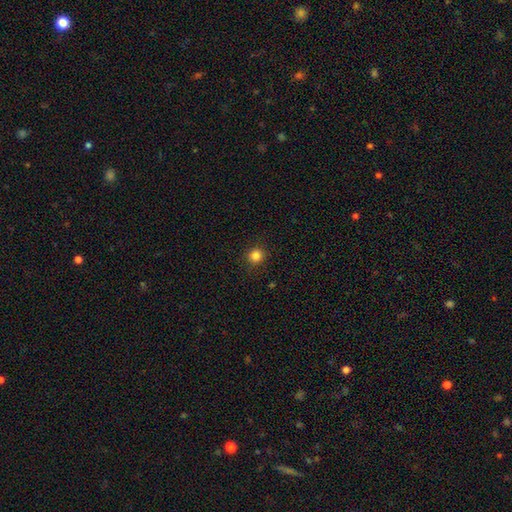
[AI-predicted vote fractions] Smooth or featured: smooth — 83% (star or artifact — 13%)
How rounded: round — 92% (in between — 7%)
Merging: none — 91% (minor disturbance — 6%)